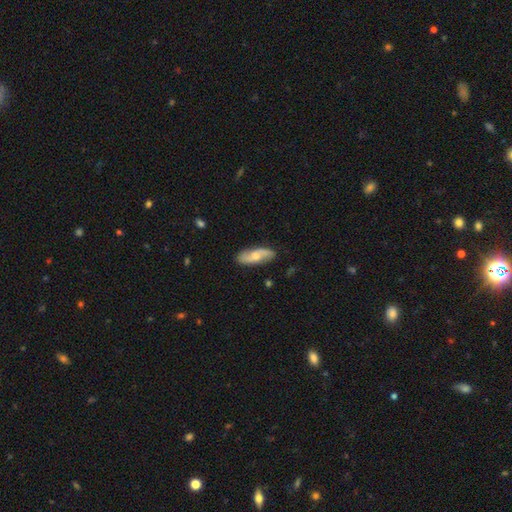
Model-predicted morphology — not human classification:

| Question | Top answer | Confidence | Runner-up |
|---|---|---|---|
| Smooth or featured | featured or disk | 57% | smooth (38%) |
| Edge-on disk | no | 85% | yes (15%) |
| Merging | none | 84% | minor disturbance (12%) |